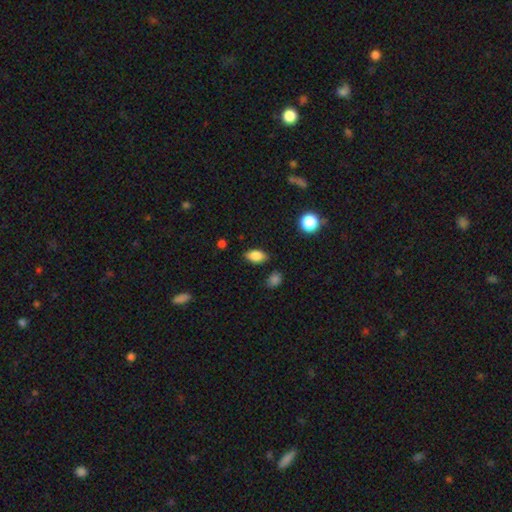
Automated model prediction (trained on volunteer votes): Smooth or featured: smooth — 83% (star or artifact — 9%)
How rounded: in between — 89% (round — 7%)
Merging: none — 82% (minor disturbance — 13%)